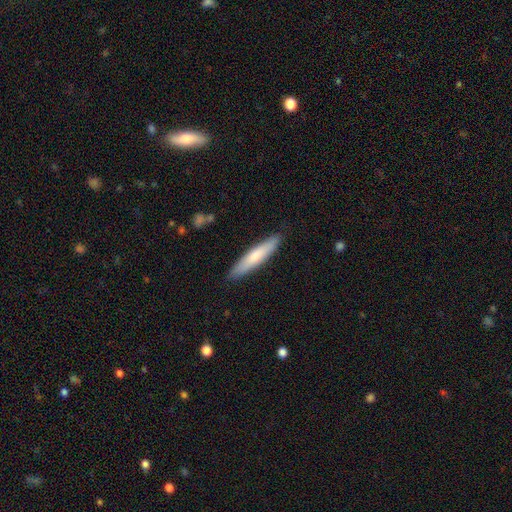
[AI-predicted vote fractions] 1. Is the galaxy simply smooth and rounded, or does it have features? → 72% smooth, 23% featured or disk, 5% star or artifact.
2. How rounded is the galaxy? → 86% cigar-shaped, 12% in between, 1% round.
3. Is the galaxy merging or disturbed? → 88% none, 9% minor disturbance, 2% major disturbance, 1% merger.